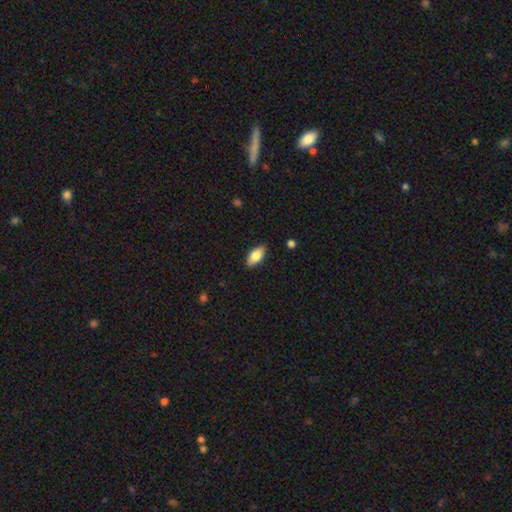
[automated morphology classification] smooth-or-featured: smooth: 77% | featured or disk: 16% | star or artifact: 6%
  how-rounded: in between: 87% | cigar-shaped: 10% | round: 3%
  merging: none: 87% | minor disturbance: 10% | major disturbance: 2% | merger: 1%